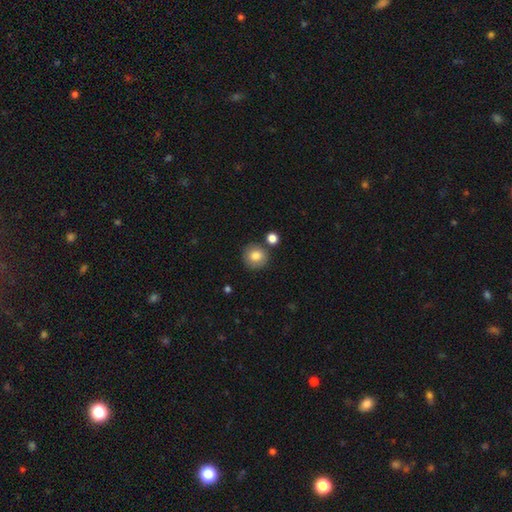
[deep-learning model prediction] Smooth or featured? smooth (83%)
How rounded? round (89%)
Merging? none (78%)